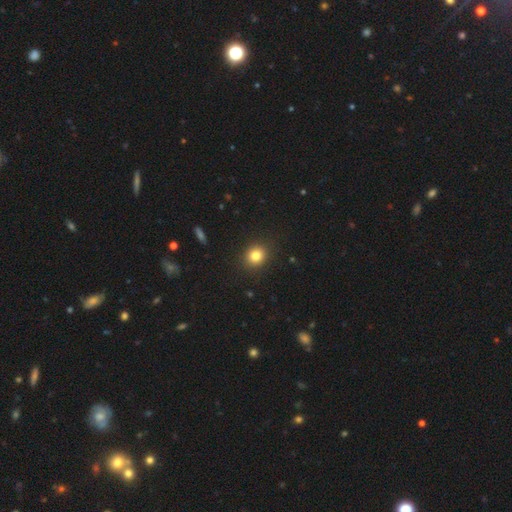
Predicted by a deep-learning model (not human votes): This appears to be a smooth galaxy with no disk features (82%) that is round (76%). Merging: none (90%).